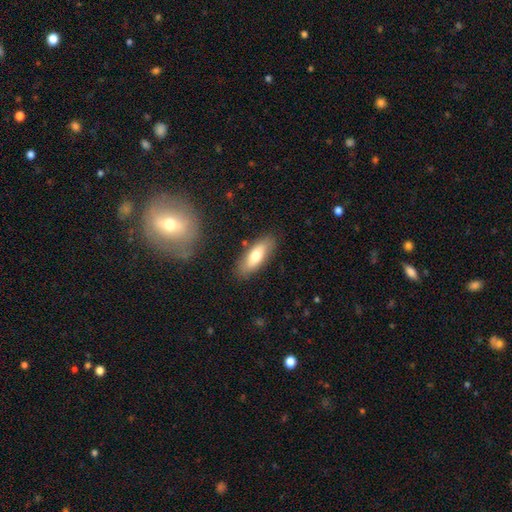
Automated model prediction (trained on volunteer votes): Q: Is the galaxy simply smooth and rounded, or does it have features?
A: smooth — 70%.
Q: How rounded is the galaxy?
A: in between — 71%.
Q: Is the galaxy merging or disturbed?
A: none — 83%.